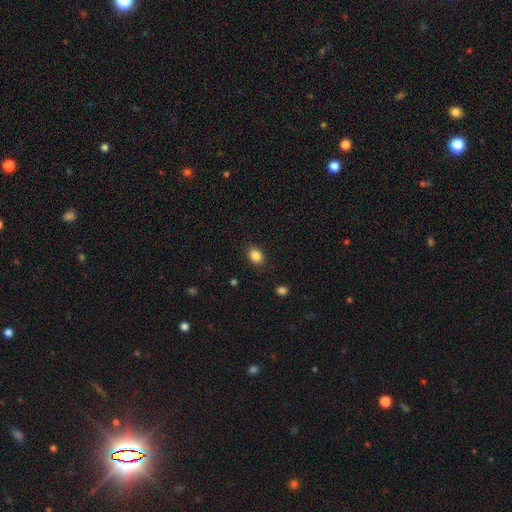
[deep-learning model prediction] Smooth or featured: smooth — 86% (star or artifact — 10%)
How rounded: in between — 63% (round — 36%)
Merging: none — 86% (minor disturbance — 10%)